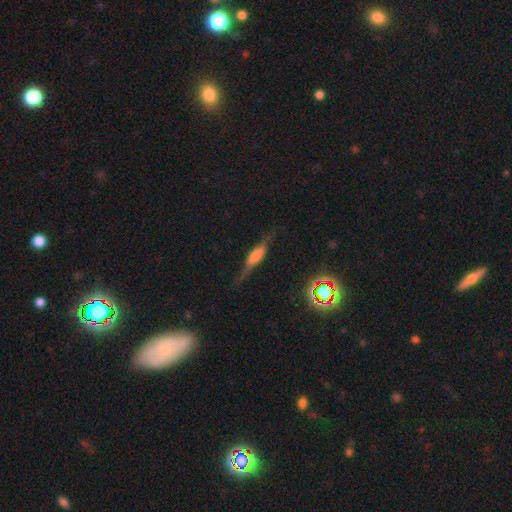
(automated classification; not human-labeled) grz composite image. It shows a featured or disk galaxy (53%) viewed edge-on (85%). Merging: none (61%).